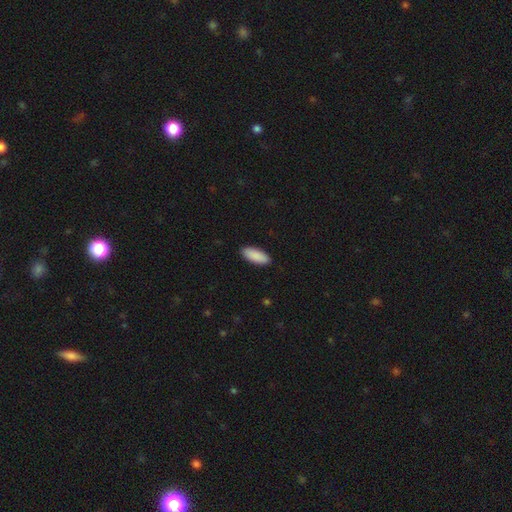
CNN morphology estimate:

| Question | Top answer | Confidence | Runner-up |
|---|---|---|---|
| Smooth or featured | smooth | 91% | star or artifact (5%) |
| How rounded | in between | 78% | cigar-shaped (20%) |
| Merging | none | 91% | minor disturbance (7%) |